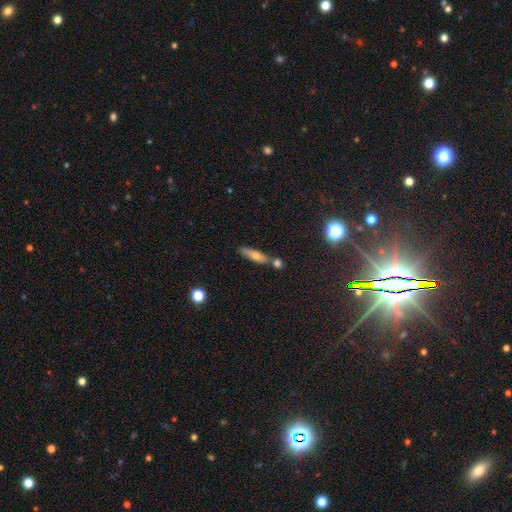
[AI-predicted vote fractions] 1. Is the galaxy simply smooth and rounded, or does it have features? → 63% smooth, 27% featured or disk, 10% star or artifact.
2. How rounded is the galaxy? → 72% cigar-shaped, 25% in between, 3% round.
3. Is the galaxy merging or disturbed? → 64% none, 20% merger, 13% minor disturbance, 3% major disturbance.